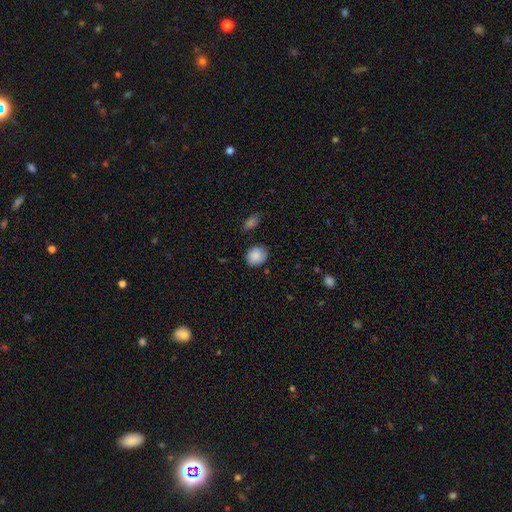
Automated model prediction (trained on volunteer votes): This appears to be a smooth galaxy with no disk features (88%) that is round (61%). Merging: none (82%).